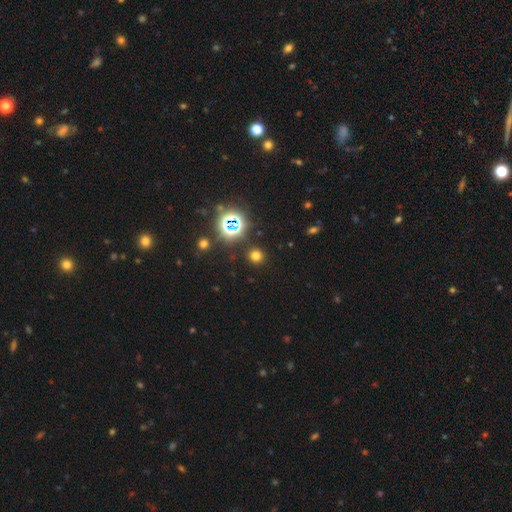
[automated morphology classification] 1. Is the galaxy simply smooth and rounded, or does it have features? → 66% smooth, 28% star or artifact, 6% featured or disk.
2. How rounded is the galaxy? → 92% round, 7% in between, 1% cigar-shaped.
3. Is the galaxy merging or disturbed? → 89% none, 6% minor disturbance, 3% major disturbance, 2% merger.